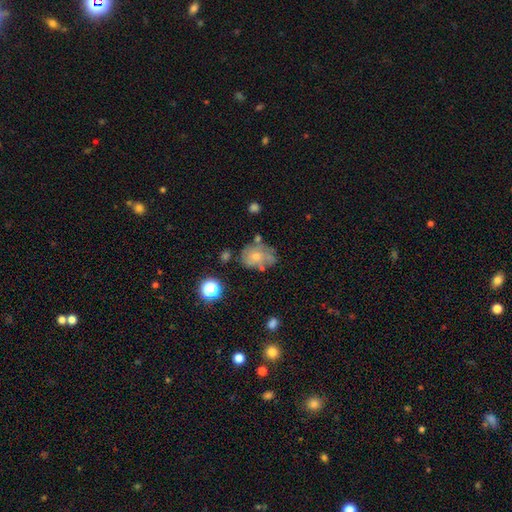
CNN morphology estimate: Smooth or featured? Predicted: featured or disk (p=0.47). Merging? Predicted: none (p=0.57).